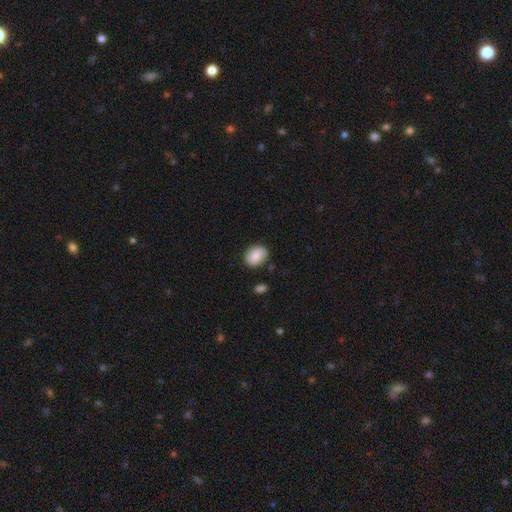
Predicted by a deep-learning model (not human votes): Smooth or featured? Predicted: smooth (p=0.74). How rounded? Predicted: in between (p=0.54). Merging? Predicted: none (p=0.78).